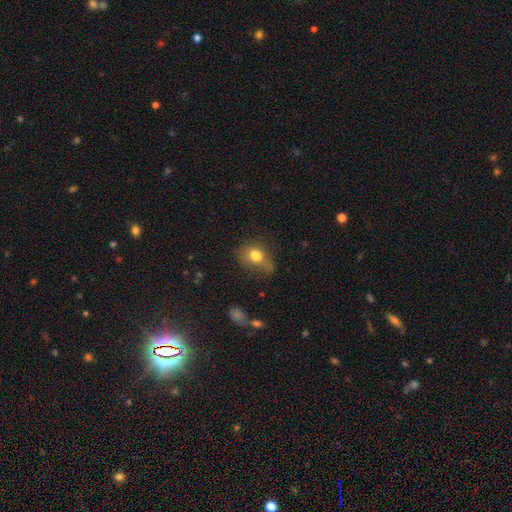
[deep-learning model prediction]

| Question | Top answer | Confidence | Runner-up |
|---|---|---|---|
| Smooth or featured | smooth | 75% | featured or disk (14%) |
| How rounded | in between | 57% | round (41%) |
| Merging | none | 39% | minor disturbance (31%) |